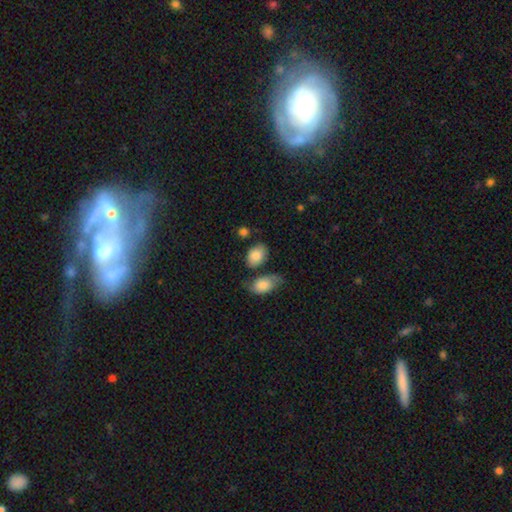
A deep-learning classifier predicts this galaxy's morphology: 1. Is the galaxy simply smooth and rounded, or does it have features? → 84% smooth, 9% featured or disk, 7% star or artifact.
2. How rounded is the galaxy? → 82% in between, 17% round, 1% cigar-shaped.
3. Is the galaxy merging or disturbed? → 62% none, 20% minor disturbance, 13% merger, 6% major disturbance.